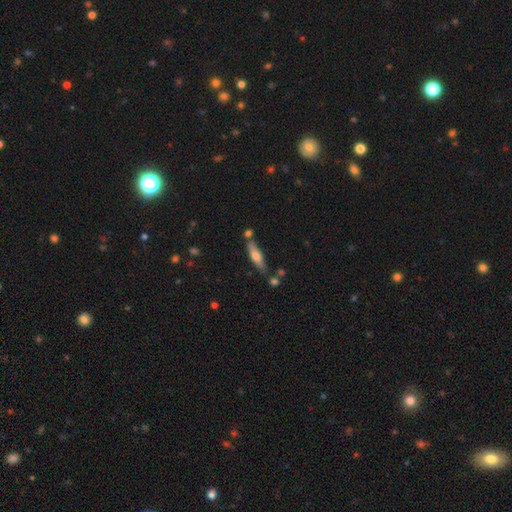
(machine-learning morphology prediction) smooth-or-featured: smooth: 56% | featured or disk: 37% | star or artifact: 6%
  how-rounded: cigar-shaped: 69% | in between: 29% | round: 2%
  merging: none: 70% | minor disturbance: 15% | merger: 11% | major disturbance: 4%